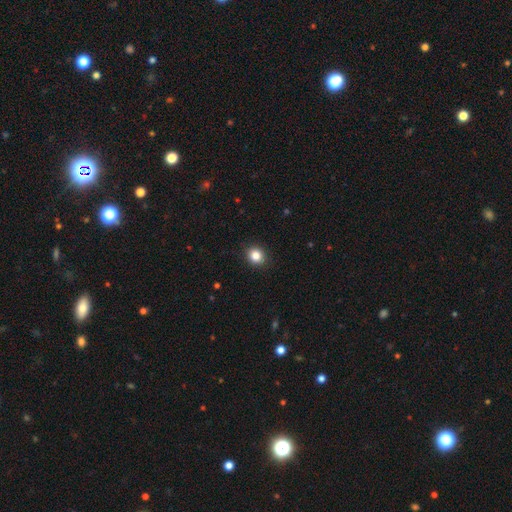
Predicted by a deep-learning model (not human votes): Overall: smooth (85%). How rounded: round (78%). Merging: none (91%).